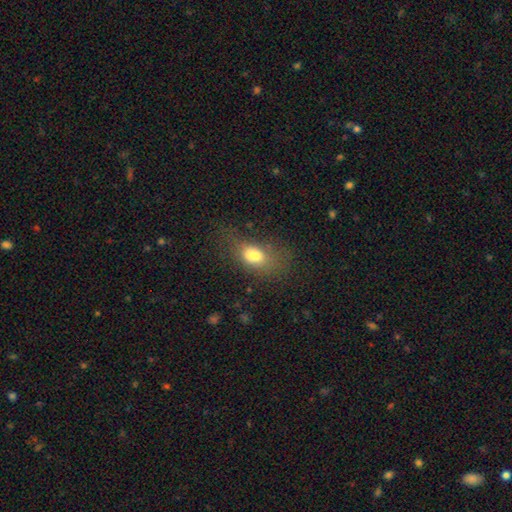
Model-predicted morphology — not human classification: smooth_or_featured: smooth (p=0.75) [alt: featured or disk p=0.15]
how_rounded: in between (p=0.82) [alt: round p=0.11]
merging: none (p=0.46) [alt: minor disturbance p=0.27]